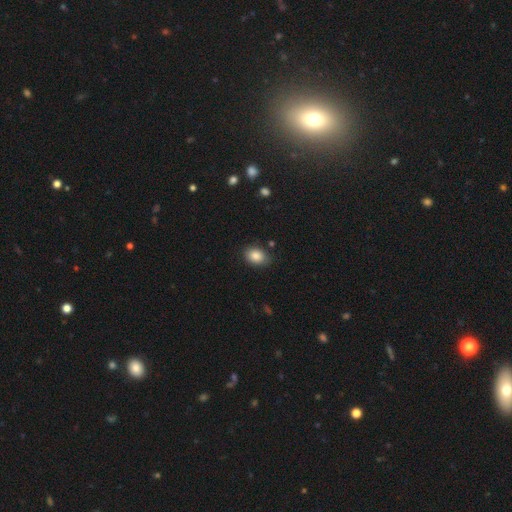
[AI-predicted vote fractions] Smooth or featured? Predicted: smooth (p=0.86). How rounded? Predicted: in between (p=0.72). Merging? Predicted: none (p=0.83).